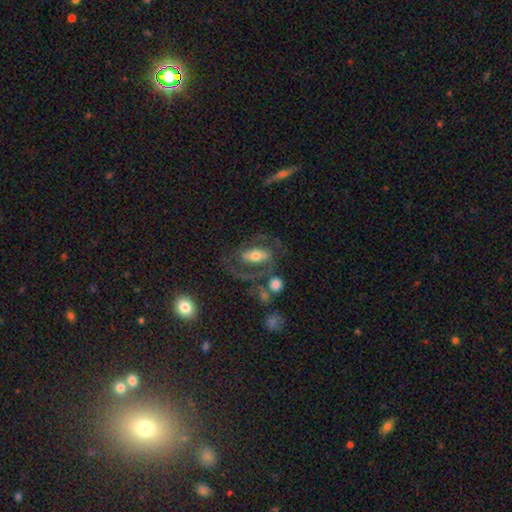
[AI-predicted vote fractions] A featured or disk galaxy (69%) with a strong bar (39%), spiral arms (73%) and a moderate central bulge (63%). Merging: none (49%).